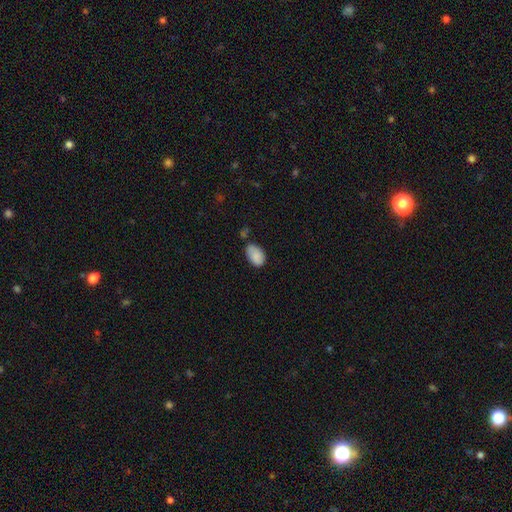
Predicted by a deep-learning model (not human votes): Smooth or featured? Predicted: smooth (p=0.85). How rounded? Predicted: in between (p=0.89). Merging? Predicted: none (p=0.54).